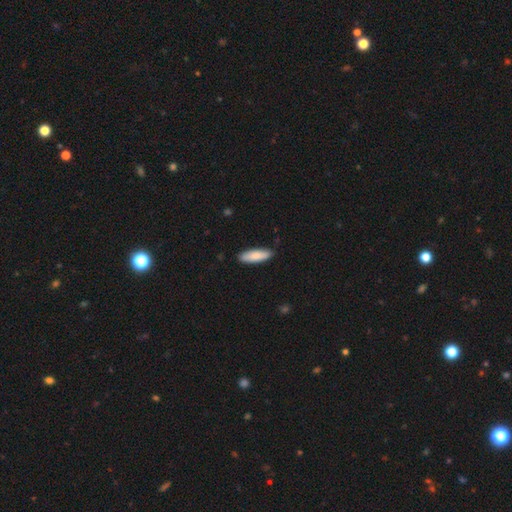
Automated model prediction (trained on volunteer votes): A smooth galaxy with no disk features (84%) that is cigar-shaped (49%, tied with in between).

Vote fractions:
- Smooth or featured? smooth: 84% / featured or disk: 11% / star or artifact: 5%
- How rounded? cigar-shaped: 49% (tied) / in between: 49% (tied) / round: 2%
- Merging? none: 87% / minor disturbance: 10% / major disturbance: 2% / merger: 1%